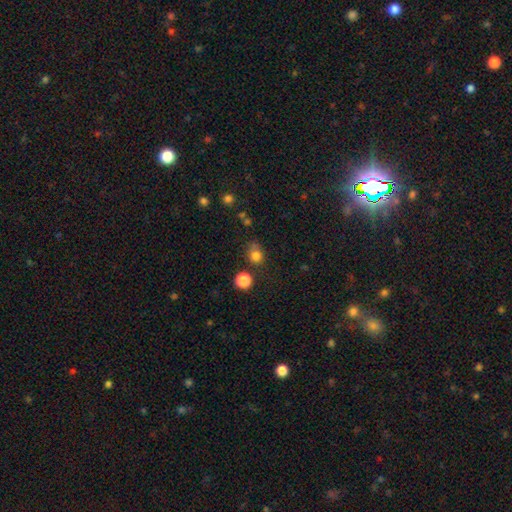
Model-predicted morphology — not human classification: A smooth galaxy with no disk features (79%) that is round (74%). Merging: none (61%).